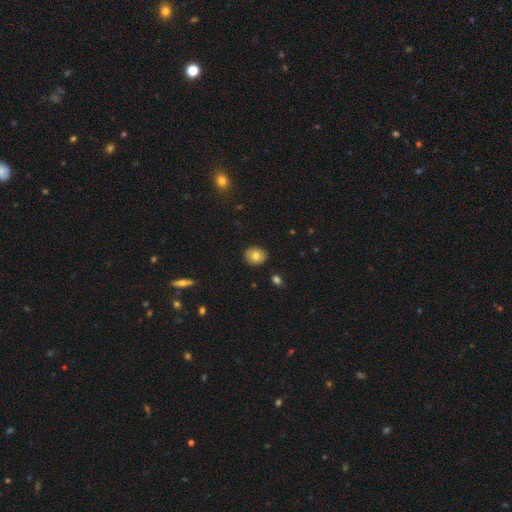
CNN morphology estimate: Smooth or featured: smooth — 77% (featured or disk — 14%)
How rounded: round — 69% (in between — 30%)
Merging: none — 89% (minor disturbance — 7%)